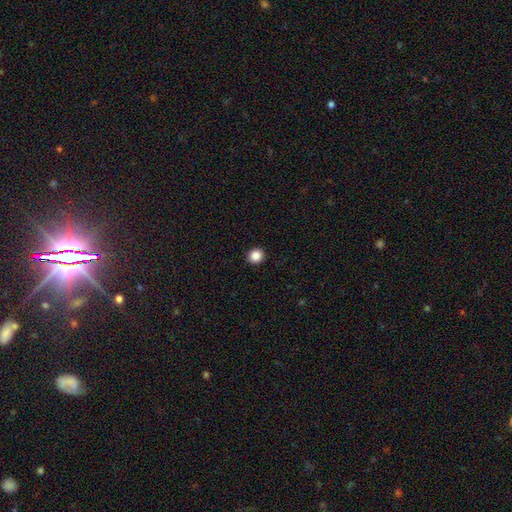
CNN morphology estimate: This is clearly a smooth galaxy (87%). How rounded: clearly round (91%). Merging: clearly none (93%).